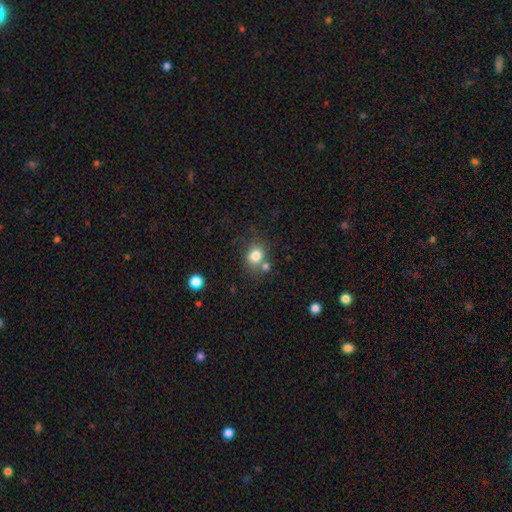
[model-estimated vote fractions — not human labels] A smooth galaxy with no disk features (81%) that is round (67%). Merging: none (62%).